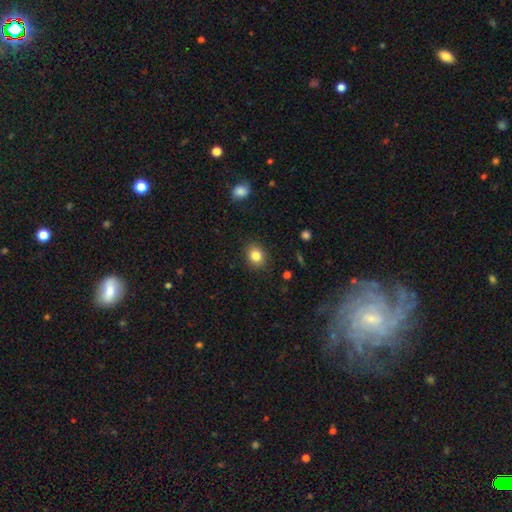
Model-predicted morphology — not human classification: Smooth or featured? smooth (84%)
How rounded? round (57%)
Merging? none (88%)